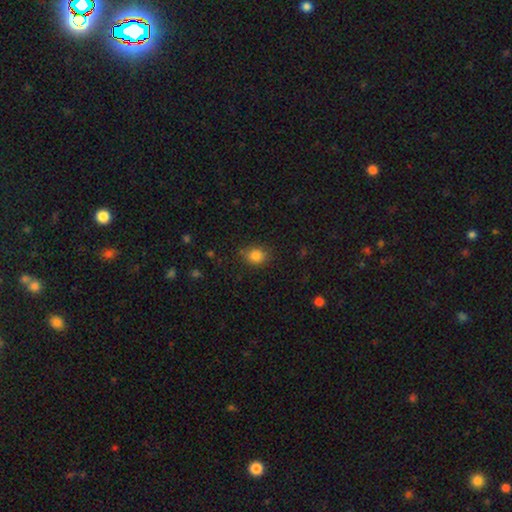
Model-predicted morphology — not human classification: This is clearly a smooth galaxy (85%). How rounded: possibly round (54%). Merging: likely none (80%).